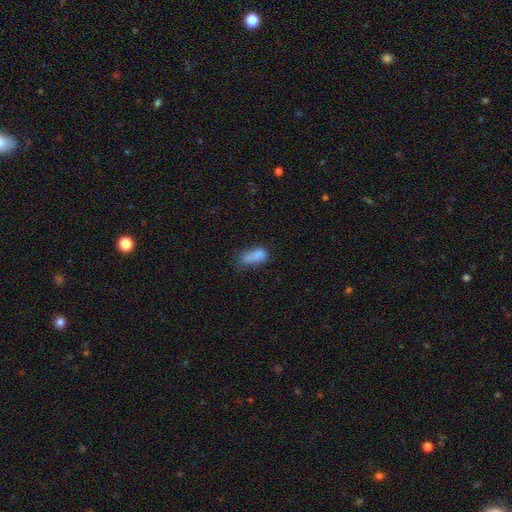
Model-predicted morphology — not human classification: Q: Smooth or featured?
A: smooth (79%); runner-up: star or artifact (11%)
Q: How rounded?
A: in between (83%); runner-up: cigar-shaped (13%)
Q: Merging?
A: none (38%); runner-up: minor disturbance (32%)